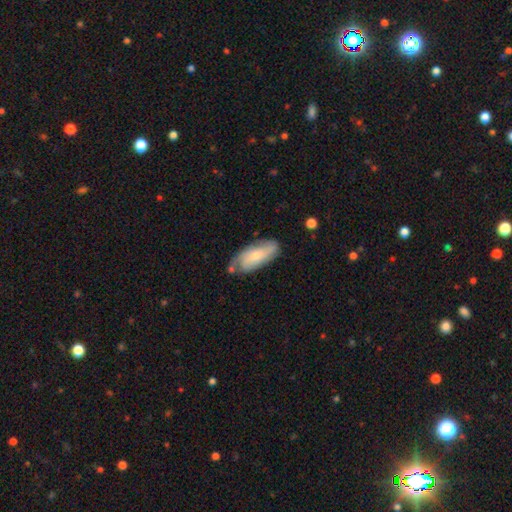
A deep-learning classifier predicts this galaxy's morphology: This appears to be a smooth galaxy with no disk features (47%, tied with featured or disk). Merging: none (59%).